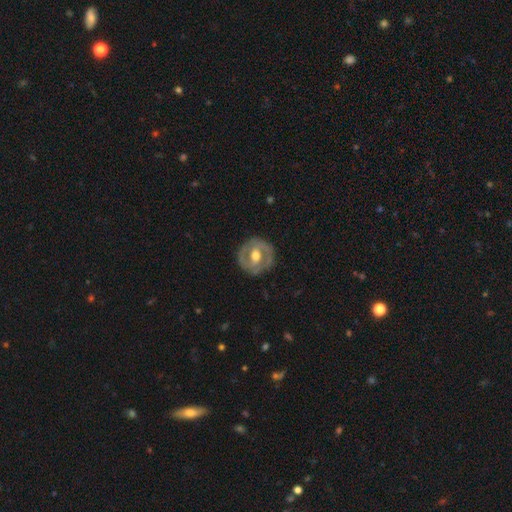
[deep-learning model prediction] featured or disk 68%, smooth 28%, star or artifact 5%. Down the decision tree: edge-on disk — no (96%); bar — weak (44%); spiral arms — yes (51%); bulge size — moderate (75%); merging — none (83%).